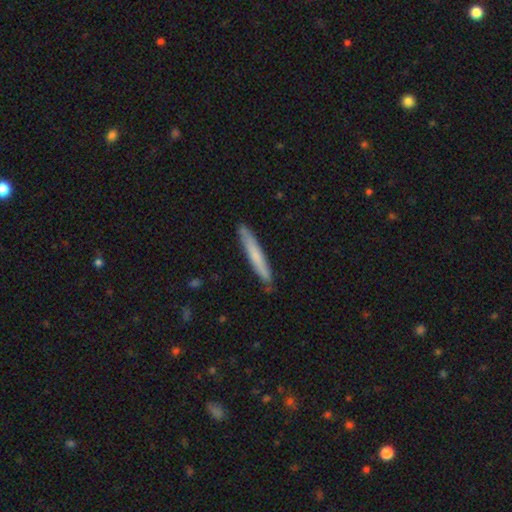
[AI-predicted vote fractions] Smooth or featured? Predicted: smooth (p=0.68). How rounded? Predicted: cigar-shaped (p=0.96). Merging? Predicted: none (p=0.88).